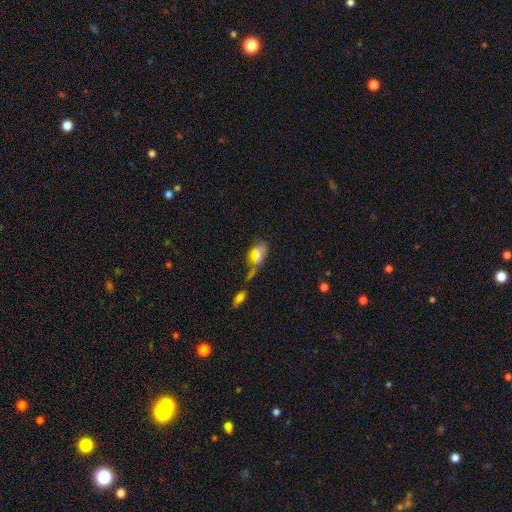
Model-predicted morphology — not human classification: This appears to be a smooth galaxy with no disk features (56%) that is in between round and cigar-shaped (85%). Merging: none (44%).